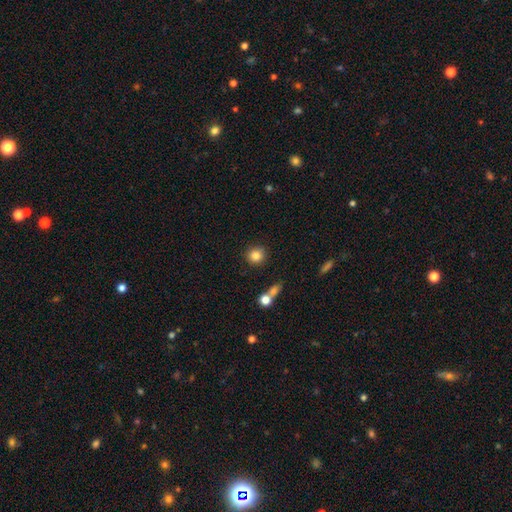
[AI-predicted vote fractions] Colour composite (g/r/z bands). It shows a smooth galaxy with no disk features (84%) that is round (90%). Merging: none (85%).